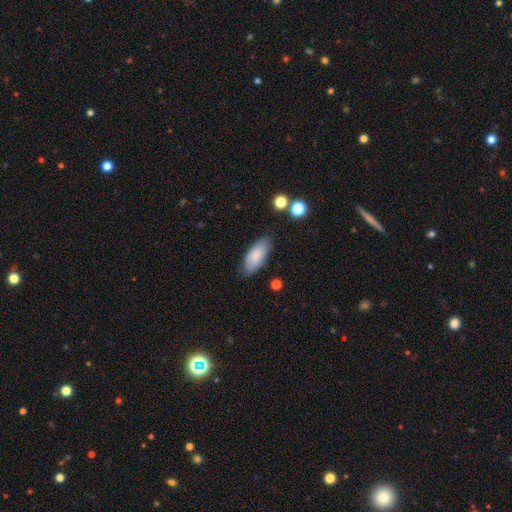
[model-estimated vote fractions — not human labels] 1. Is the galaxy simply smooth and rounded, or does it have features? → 80% smooth, 14% featured or disk, 6% star or artifact.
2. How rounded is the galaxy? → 86% in between, 12% cigar-shaped, 2% round.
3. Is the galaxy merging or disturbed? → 77% none, 18% minor disturbance, 3% major disturbance, 2% merger.